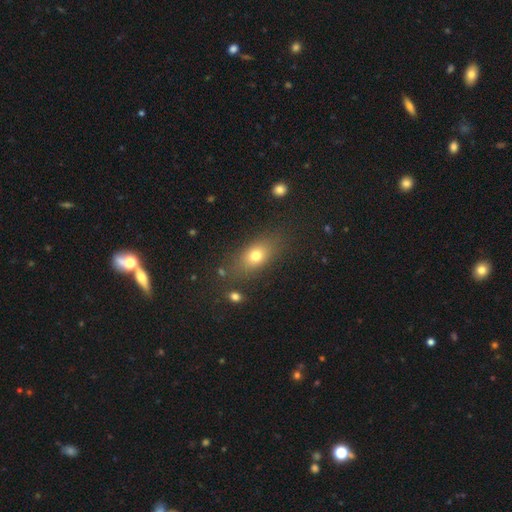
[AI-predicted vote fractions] Smooth or featured: smooth — 74% (featured or disk — 14%)
How rounded: in between — 72% (round — 20%)
Merging: none — 78% (minor disturbance — 13%)